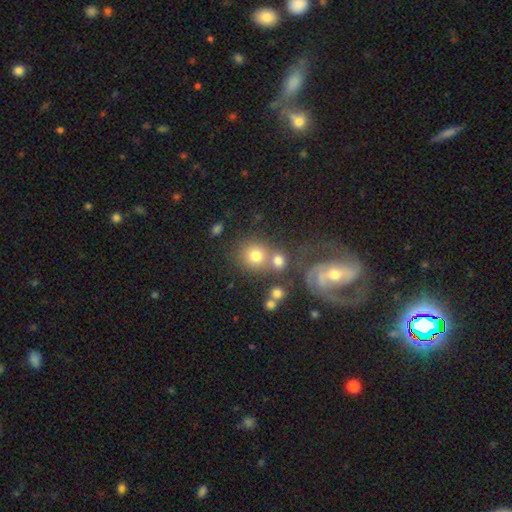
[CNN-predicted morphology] This appears to be a smooth galaxy with no disk features (68%) that is round (82%). Merging: none (50%).